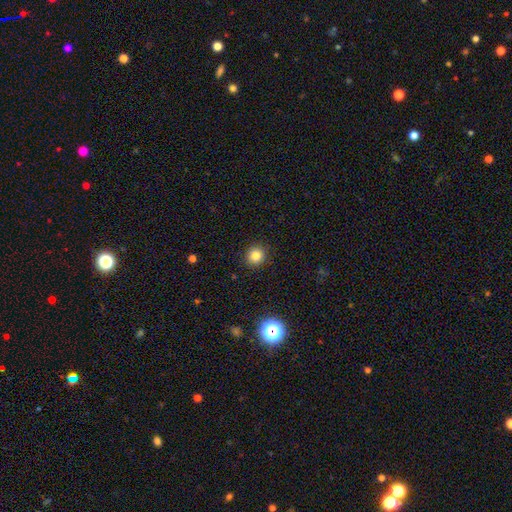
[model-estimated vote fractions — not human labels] smooth 82%, star or artifact 13%, featured or disk 5%. Down the decision tree: how rounded — round (90%); merging — none (92%).